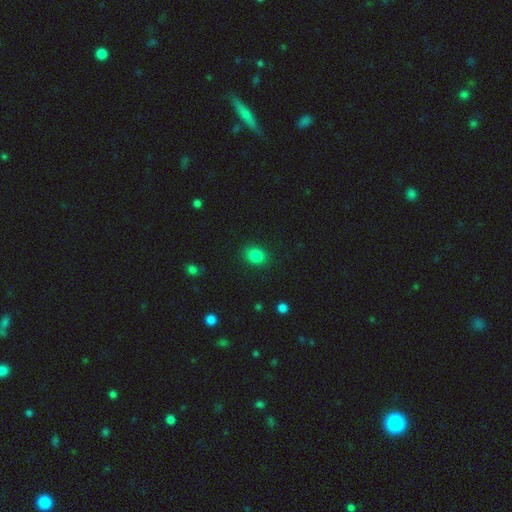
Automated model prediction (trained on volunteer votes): Smooth or featured? smooth (85%)
How rounded? round (51%)
Merging? none (89%)